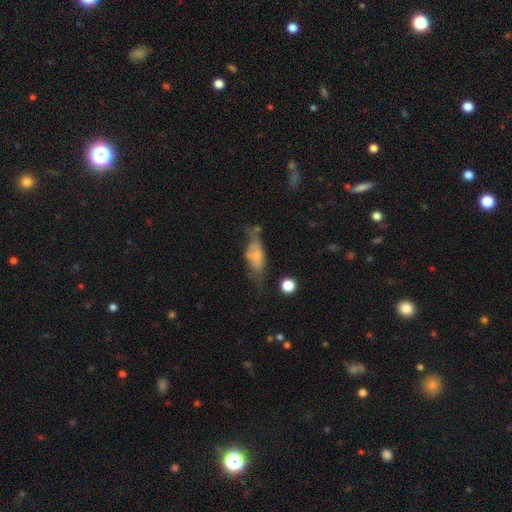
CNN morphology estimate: Overall: smooth (52%; featured or disk 39%). How rounded: in between (70%). Merging: none (36%; minor disturbance 30%).